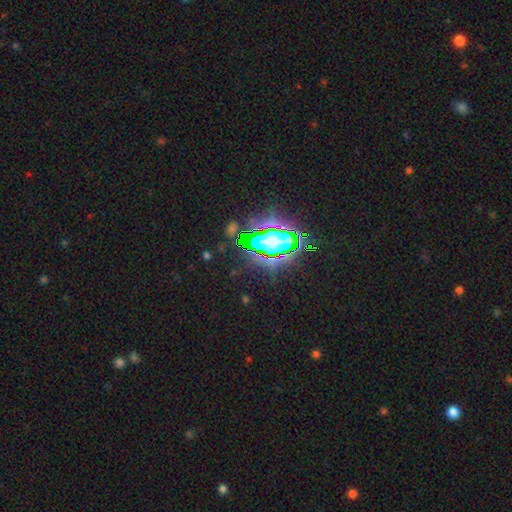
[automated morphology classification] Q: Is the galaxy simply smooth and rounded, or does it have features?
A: star or artifact — 79%.